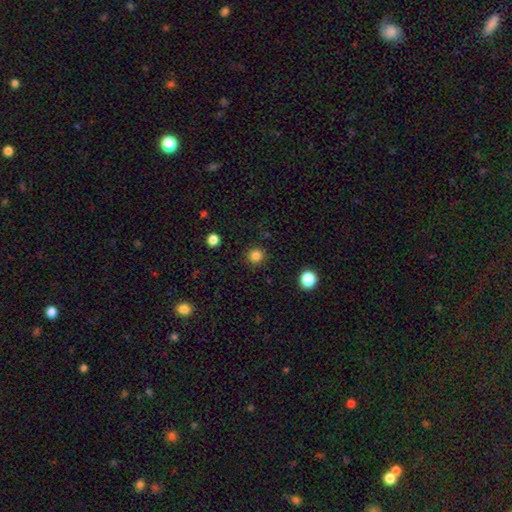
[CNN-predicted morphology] smooth 84%, star or artifact 12%, featured or disk 4%. Down the decision tree: how rounded — round (92%); merging — none (89%).